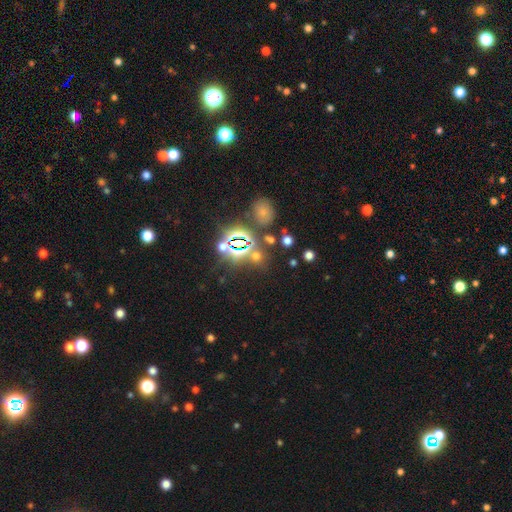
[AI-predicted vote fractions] Smooth or featured: star or artifact — 54% (smooth — 39%)